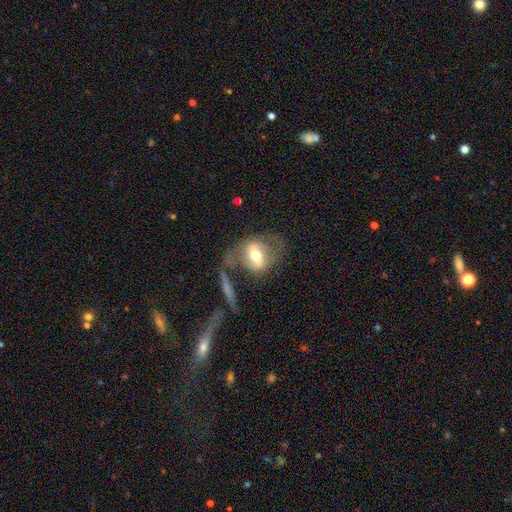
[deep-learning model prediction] Smooth or featured: featured or disk — 58% (smooth — 35%)
Edge-on disk: no — 85% (yes — 15%)
Merging: none — 47% (major disturbance — 21%)